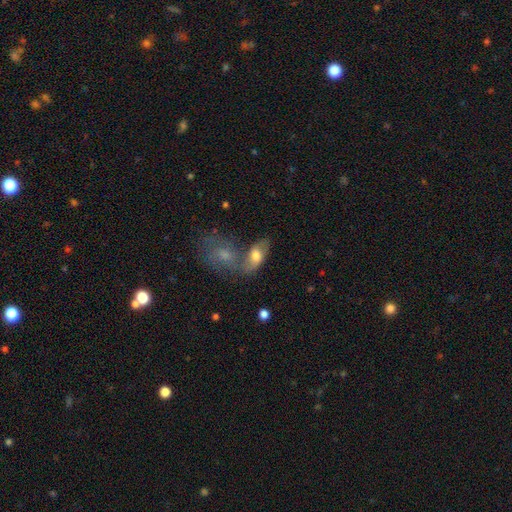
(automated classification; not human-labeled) A smooth galaxy with no disk features (61%) that is in between round and cigar-shaped (86%).

Vote fractions:
- Smooth or featured? smooth: 61% / featured or disk: 31% / star or artifact: 8%
- How rounded? in between: 86% / round: 9% / cigar-shaped: 5%
- Merging? merger: 43% / none: 36% / minor disturbance: 14% / major disturbance: 8%